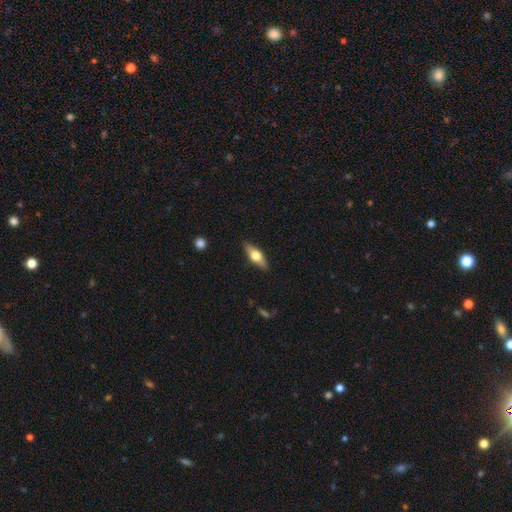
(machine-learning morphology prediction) A smooth galaxy with no disk features (47%). Merging: none (88%).